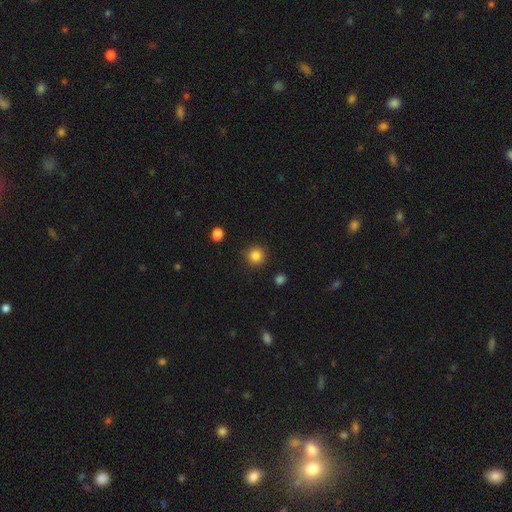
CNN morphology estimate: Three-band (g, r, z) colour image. It shows a smooth galaxy with no disk features (85%) that is round (93%). Merging: none (90%).